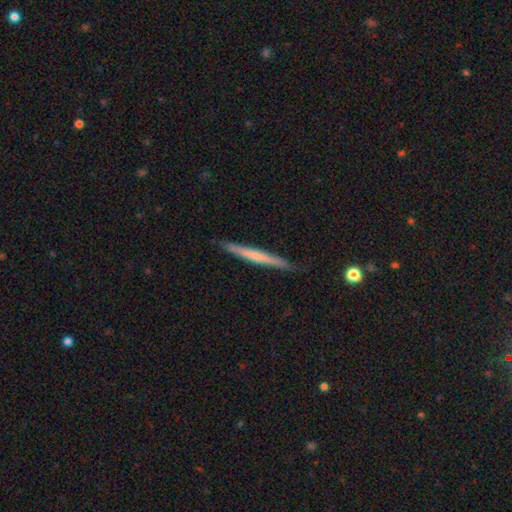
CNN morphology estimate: A featured or disk galaxy (52%) viewed edge-on (97%) with no central bulge (62%).

Vote fractions:
- Smooth or featured? featured or disk: 52% / smooth: 42% / star or artifact: 6%
- Edge-on disk? yes: 97% / no: 3%
- Edge-on bulge? none: 62% / rounded: 32% / boxy: 6%
- Merging? none: 88% / minor disturbance: 9% / major disturbance: 1% / merger: 1%